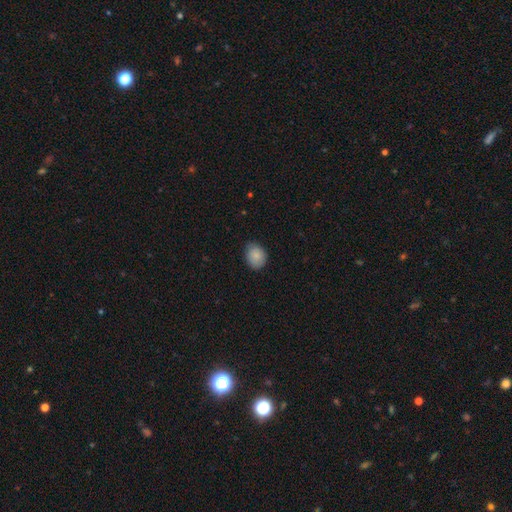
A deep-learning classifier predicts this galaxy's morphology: Smooth or featured? Predicted: smooth (p=0.86). How rounded? Predicted: in between (p=0.50). Merging? Predicted: none (p=0.75).